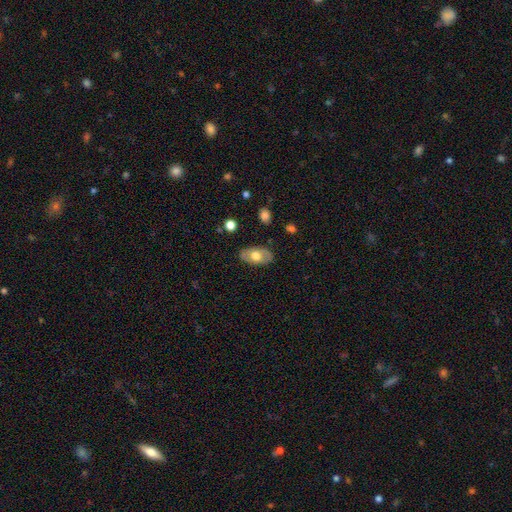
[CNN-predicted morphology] Smooth or featured: smooth — 55% (featured or disk — 39%)
How rounded: in between — 91% (round — 7%)
Merging: none — 82% (minor disturbance — 14%)